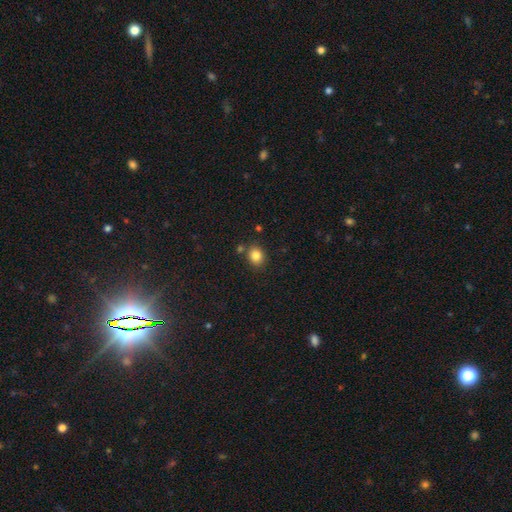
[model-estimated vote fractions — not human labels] Q: Smooth or featured?
A: smooth (84%); runner-up: star or artifact (11%)
Q: How rounded?
A: round (67%); runner-up: in between (32%)
Q: Merging?
A: none (80%); runner-up: minor disturbance (10%)